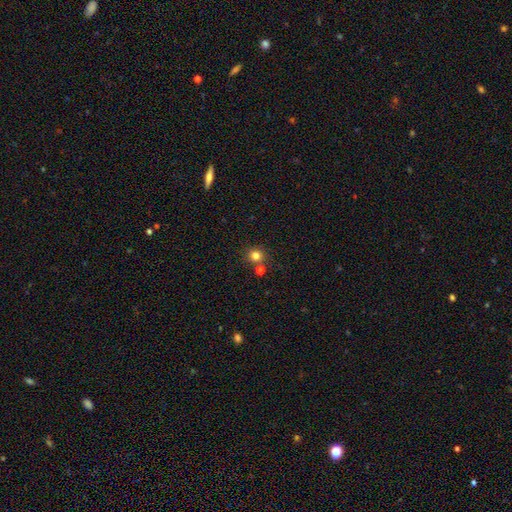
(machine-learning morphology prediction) A smooth galaxy with no disk features (80%) that is round (89%).

Vote fractions:
- Smooth or featured? smooth: 80% / star or artifact: 14% / featured or disk: 6%
- How rounded? round: 89% / in between: 10% / cigar-shaped: 1%
- Merging? none: 73% / merger: 16% / minor disturbance: 8% / major disturbance: 3%